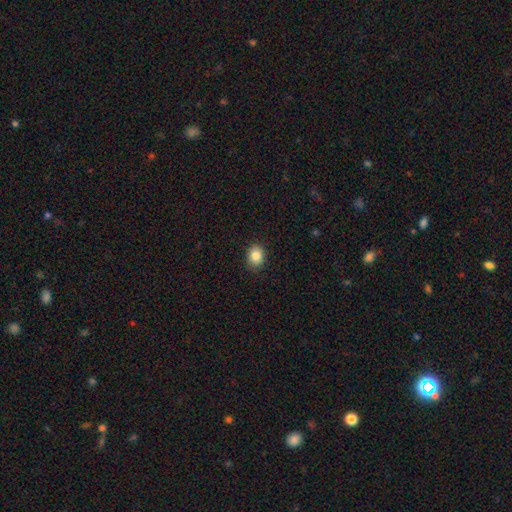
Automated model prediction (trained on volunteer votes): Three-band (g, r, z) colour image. It shows a smooth galaxy with no disk features (85%) that is in between round and cigar-shaped (50%). Merging: none (89%).